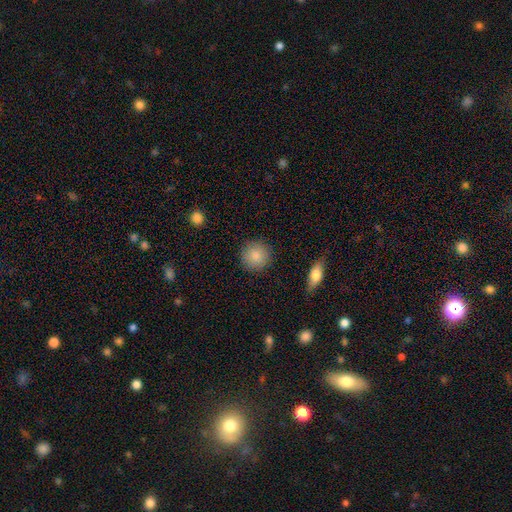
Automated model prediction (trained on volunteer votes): A smooth galaxy with no disk features (87%) that is round (94%). Merging: none (90%).